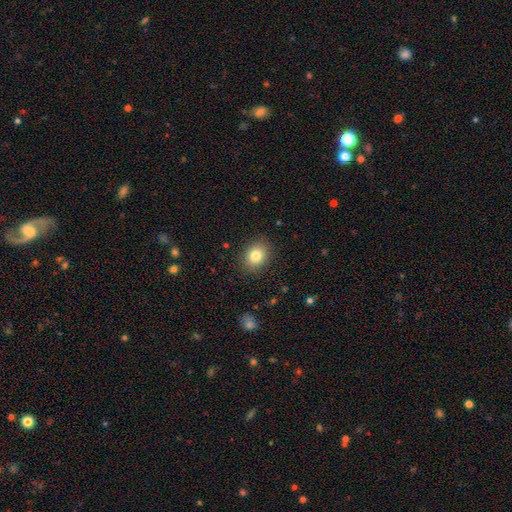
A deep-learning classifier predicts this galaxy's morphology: This is clearly a smooth galaxy (82%). How rounded: possibly round (58%). Merging: clearly none (88%).